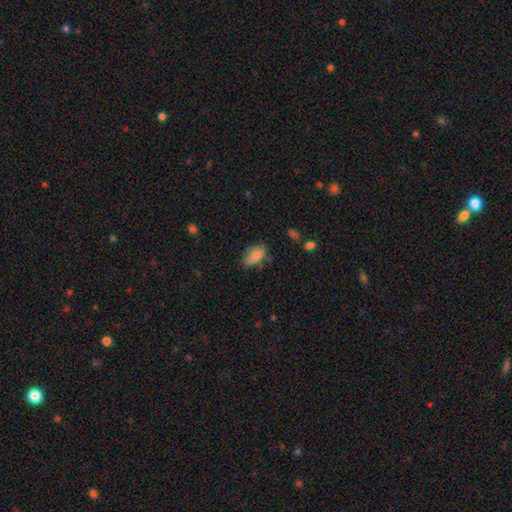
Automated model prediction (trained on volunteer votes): This is likely a smooth galaxy (78%). How rounded: clearly in between (89%). Merging: possibly none (51%).